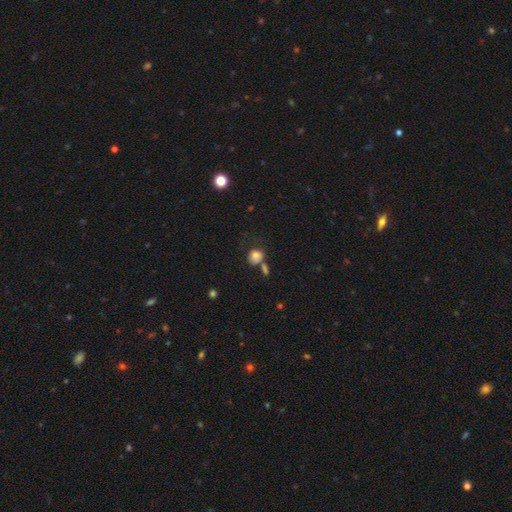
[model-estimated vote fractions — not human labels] Overall: smooth (76%). How rounded: round (70%). Merging: none (45%; merger 26%).